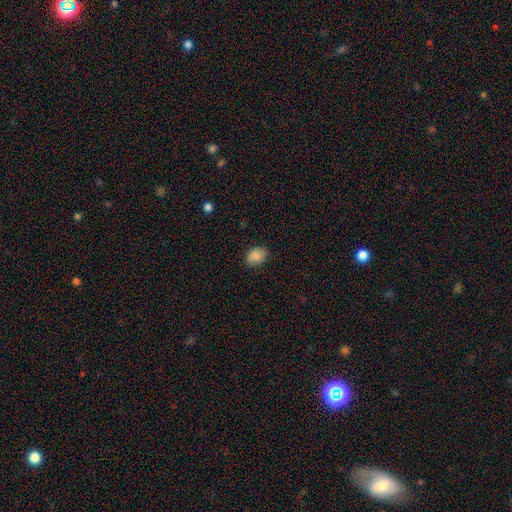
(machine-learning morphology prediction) type=smooth (86%); roundness=in between (69%); merging=none (82%).